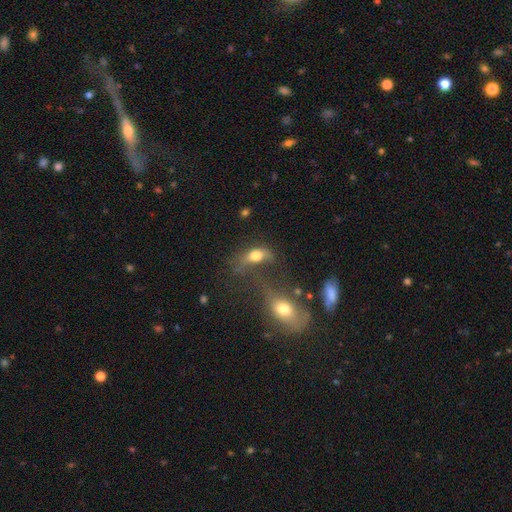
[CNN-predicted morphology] smooth_or_featured: smooth (p=0.66) [alt: featured or disk p=0.20]
how_rounded: in between (p=0.77) [alt: round p=0.16]
merging: none (p=0.30) [alt: merger p=0.27]